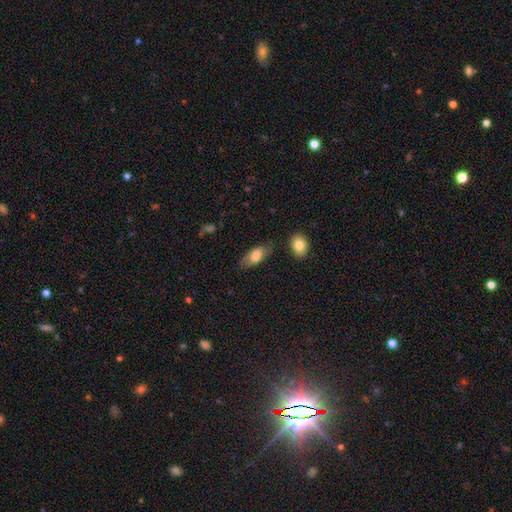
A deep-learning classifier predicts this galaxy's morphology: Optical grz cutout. It shows a smooth galaxy with no disk features (74%) that is in between round and cigar-shaped (84%). Merging: none (75%).